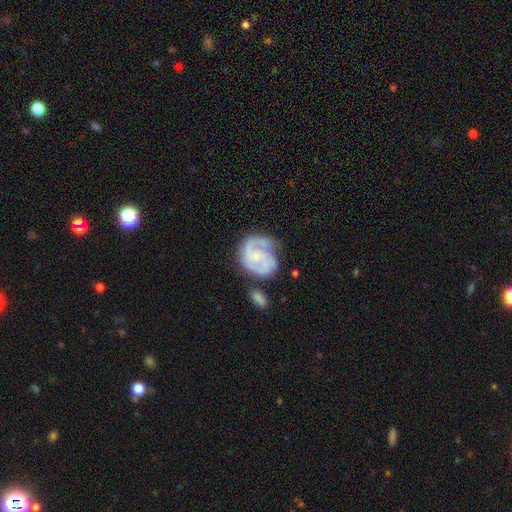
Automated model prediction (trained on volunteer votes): featured or disk 78%, smooth 17%, star or artifact 5%. Down the decision tree: edge-on disk — no (98%); bar — no (62%); spiral arms — yes (93%); spiral arm count — 2 (59%); spiral winding — tight (45%); bulge size — small (59%); merging — none (53%).